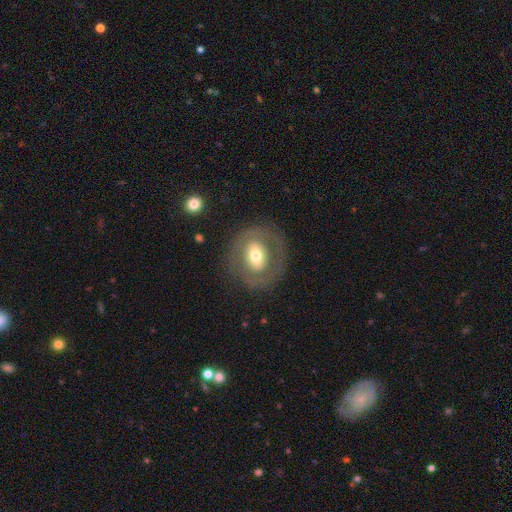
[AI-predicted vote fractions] Smooth or featured? Predicted: featured or disk (p=0.47). Merging? Predicted: none (p=0.78).